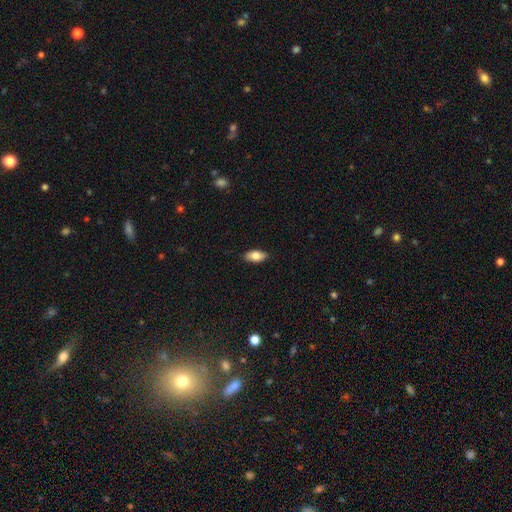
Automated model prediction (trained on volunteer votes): A smooth galaxy with no disk features (84%) that is in between round and cigar-shaped (91%).

Vote fractions:
- Smooth or featured? smooth: 84% / featured or disk: 9% / star or artifact: 7%
- How rounded? in between: 91% / cigar-shaped: 6% / round: 3%
- Merging? none: 88% / minor disturbance: 9% / major disturbance: 2% / merger: 1%